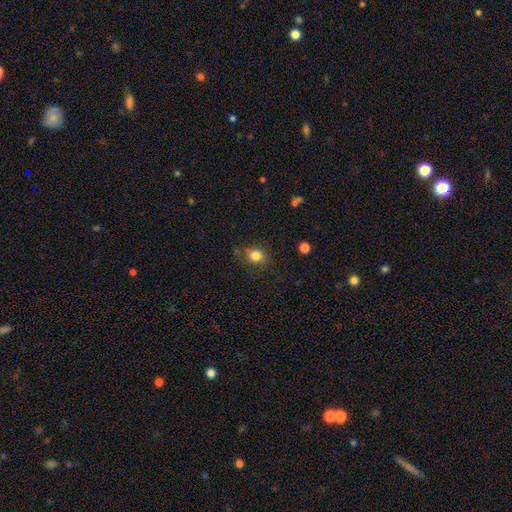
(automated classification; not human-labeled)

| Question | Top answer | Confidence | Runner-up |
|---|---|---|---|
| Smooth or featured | smooth | 82% | star or artifact (11%) |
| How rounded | round | 62% | in between (37%) |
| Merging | none | 76% | minor disturbance (16%) |